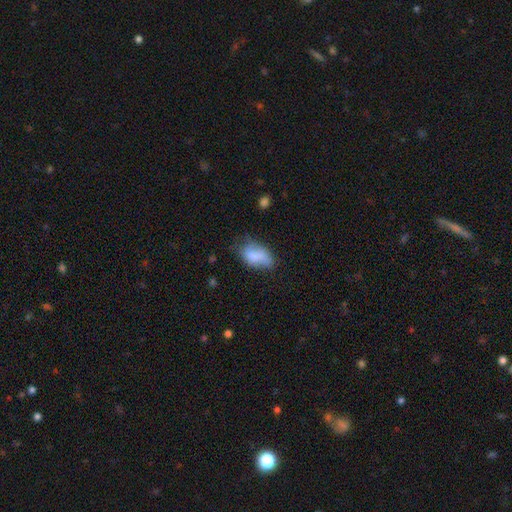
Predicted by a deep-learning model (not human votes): smooth_or_featured: smooth (p=0.76) [alt: featured or disk p=0.16]
how_rounded: in between (p=0.91) [alt: round p=0.06]
merging: none (p=0.47) [alt: minor disturbance p=0.35]